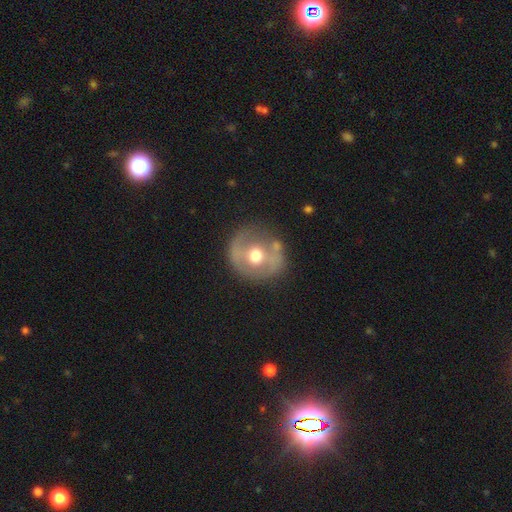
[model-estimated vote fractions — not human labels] Smooth or featured? Predicted: featured or disk (p=0.53). Edge-on disk? Predicted: no (p=0.95). Bar? Predicted: no (p=0.67). Spiral arms? Predicted: no (p=0.68). Bulge size? Predicted: moderate (p=0.70). Merging? Predicted: none (p=0.70).